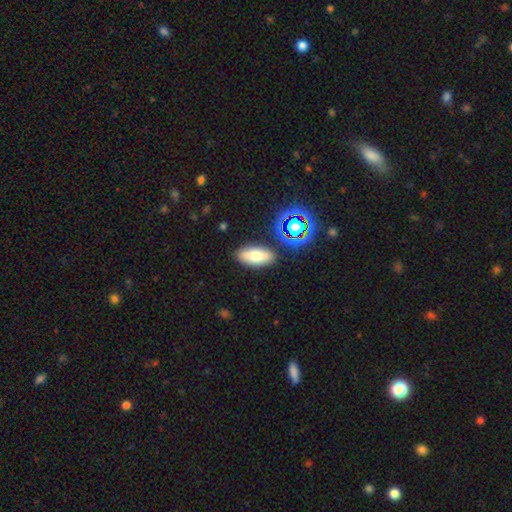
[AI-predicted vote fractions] The model was most divided on "smooth or featured": smooth: 73%, featured or disk: 15%, star or artifact: 12%. More confident: merging — none (86%); how rounded — in between (83%).